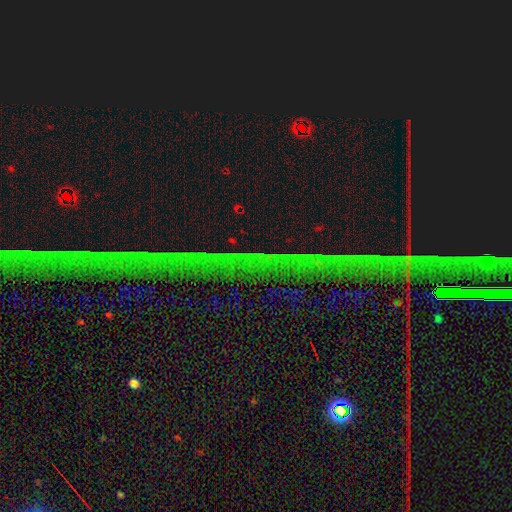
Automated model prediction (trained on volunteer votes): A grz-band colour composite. It shows a star or artifact, not a galaxy (80%).